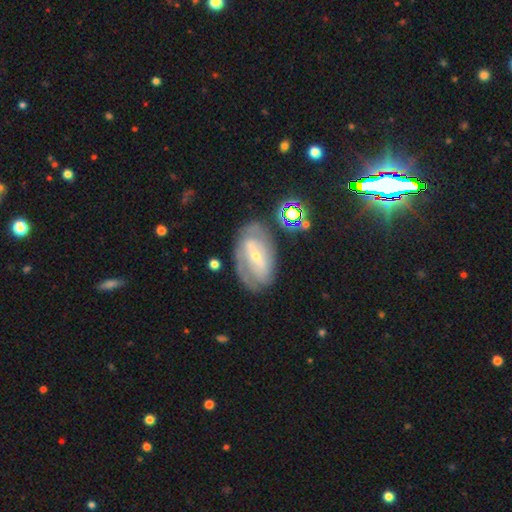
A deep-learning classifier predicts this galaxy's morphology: The model was most divided on "bar": strong: 45%, weak: 34%, no: 21%. Remaining: edge-on disk — no (93%); spiral arms — yes (81%); smooth or featured — featured or disk (77%); merging — none (71%); bulge size — small (68%); spiral winding — tight (57%); spiral arm count — 2 (49%).